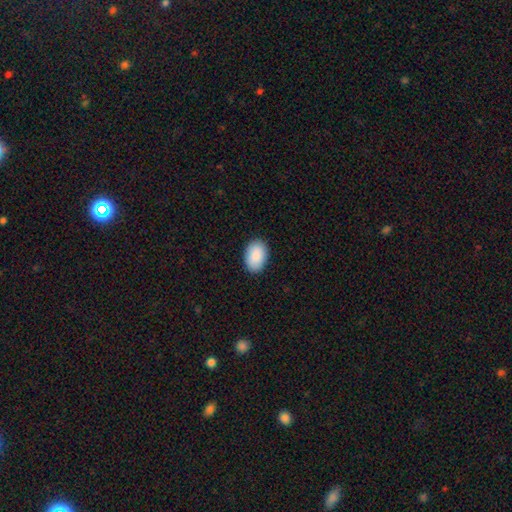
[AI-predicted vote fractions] Smooth or featured? smooth (90%)
How rounded? in between (91%)
Merging? none (89%)